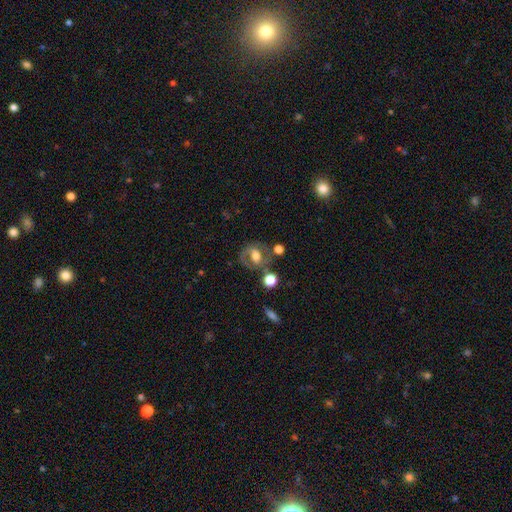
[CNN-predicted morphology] type=featured or disk (64%); edge-on=no (96%); bar=weak (40%); spiral arms=yes (76%); bulge=moderate (56%); merging=none (59%).